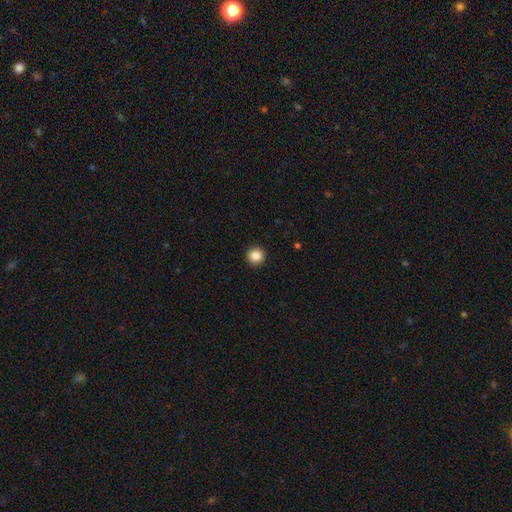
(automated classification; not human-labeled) smooth-or-featured: smooth: 86% | star or artifact: 10% | featured or disk: 4%
  how-rounded: round: 96% | in between: 3% | cigar-shaped: 1%
  merging: none: 93% | minor disturbance: 4% | major disturbance: 1% | merger: 1%